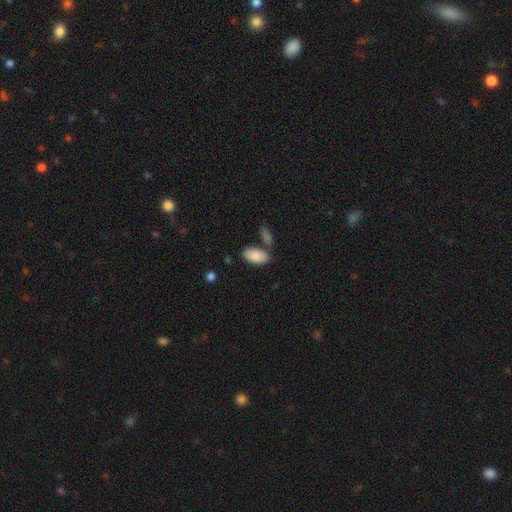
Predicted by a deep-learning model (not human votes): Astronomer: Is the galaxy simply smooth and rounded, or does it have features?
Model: smooth — 87%.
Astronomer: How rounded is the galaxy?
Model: in between — 94%.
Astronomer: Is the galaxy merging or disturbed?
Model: none — 68%.